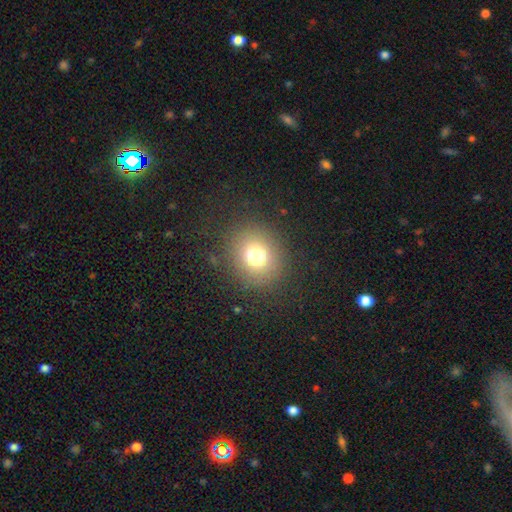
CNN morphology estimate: This is likely a smooth galaxy (73%). How rounded: clearly round (83%). Merging: clearly none (86%).